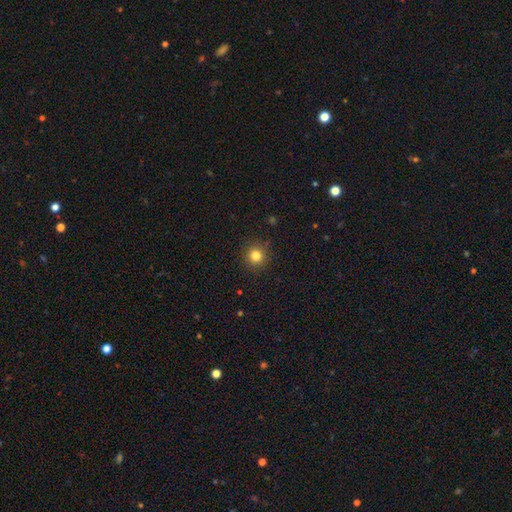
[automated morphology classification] Smooth or featured?
  - smooth: 81% *
  - star or artifact: 13%
  - featured or disk: 6%
How rounded?
  - round: 94% *
  - in between: 5%
  - cigar-shaped: 1%
Merging?
  - none: 90% *
  - minor disturbance: 6%
  - major disturbance: 2%
  - merger: 1%